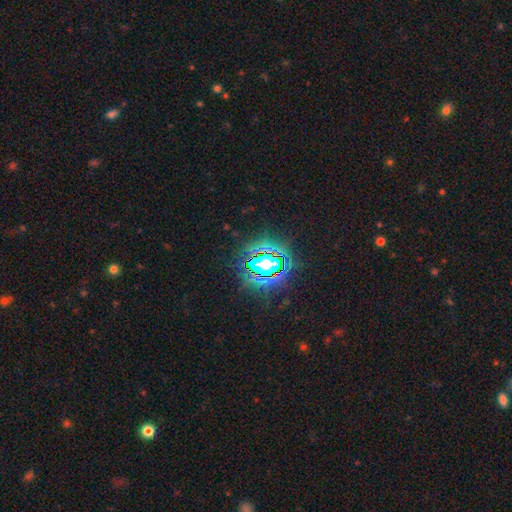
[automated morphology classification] type=star or artifact (80%).